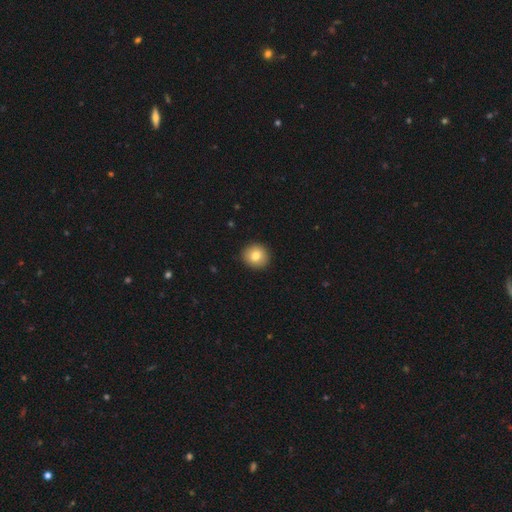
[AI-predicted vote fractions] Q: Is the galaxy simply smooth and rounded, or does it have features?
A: smooth — 80%.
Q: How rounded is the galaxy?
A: round — 91%.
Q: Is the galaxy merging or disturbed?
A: none — 92%.